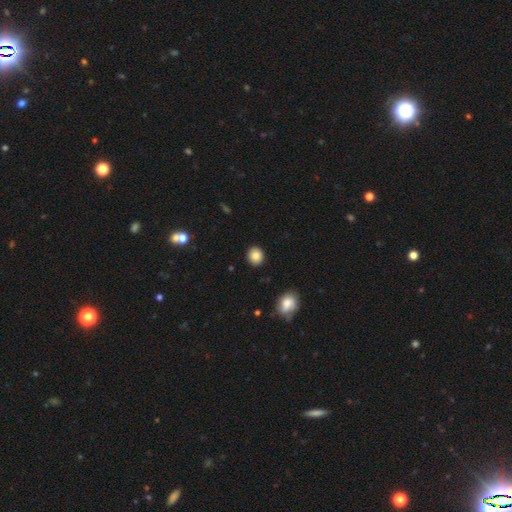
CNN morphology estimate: A smooth galaxy with no disk features (86%) that is round (79%).

Vote fractions:
- Smooth or featured? smooth: 86% / star or artifact: 9% / featured or disk: 5%
- How rounded? round: 79% / in between: 20% / cigar-shaped: 1%
- Merging? none: 91% / minor disturbance: 6% / major disturbance: 2% / merger: 1%